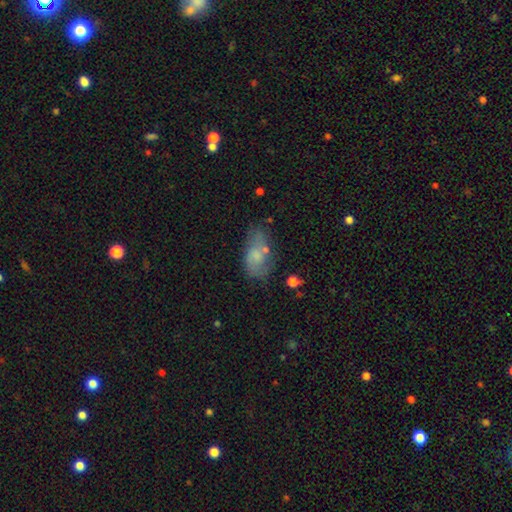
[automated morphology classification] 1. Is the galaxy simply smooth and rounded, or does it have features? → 55% smooth, 33% featured or disk, 12% star or artifact.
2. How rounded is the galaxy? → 87% in between, 8% round, 5% cigar-shaped.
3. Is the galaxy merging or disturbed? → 44% none, 27% minor disturbance, 17% major disturbance, 12% merger.